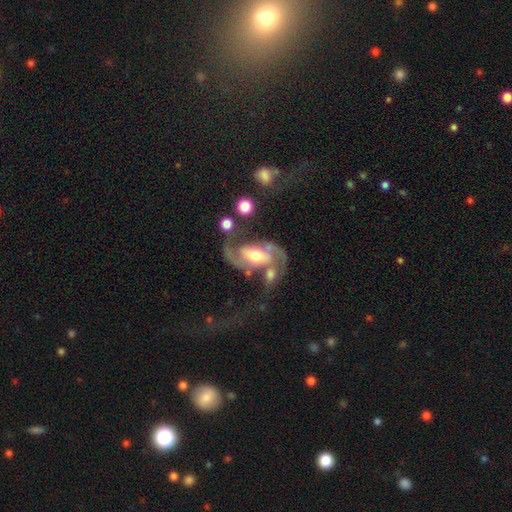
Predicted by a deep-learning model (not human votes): Morphology: type=featured or disk (86%); edge-on=no (97%); bar=weak (39%); spiral arms=yes (95%); winding=medium (51%); arm count=2 (89%); bulge=moderate (65%); merging=none (43%).